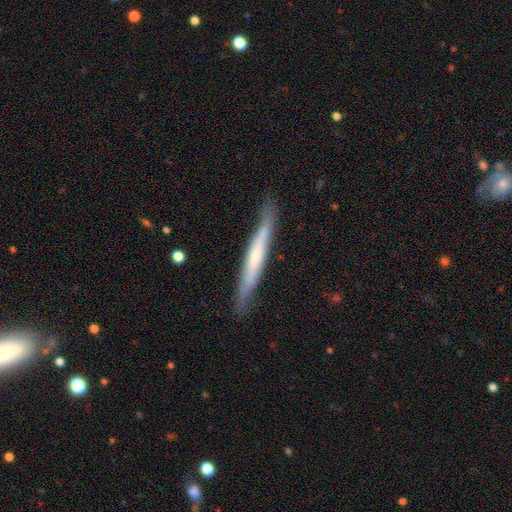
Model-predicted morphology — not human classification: The model was most divided on "smooth or featured": featured or disk: 53%, smooth: 42%, star or artifact: 5%. More confident: edge-on disk — yes (91%); merging — none (84%).